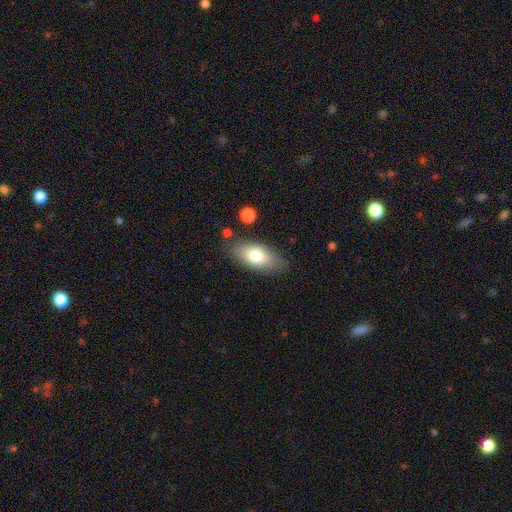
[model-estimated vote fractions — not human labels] Smooth or featured?
  - smooth: 75% *
  - featured or disk: 18%
  - star or artifact: 7%
How rounded?
  - in between: 89% *
  - cigar-shaped: 8%
  - round: 4%
Merging?
  - none: 80% *
  - minor disturbance: 14%
  - major disturbance: 4%
  - merger: 3%